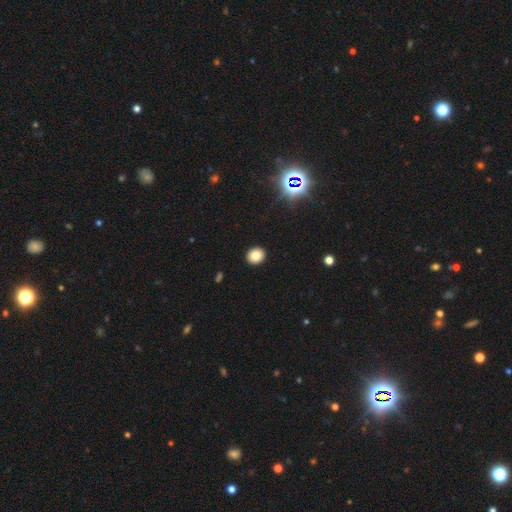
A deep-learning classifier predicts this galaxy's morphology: Smooth or featured?
  - smooth: 82% *
  - star or artifact: 12%
  - featured or disk: 7%
How rounded?
  - round: 76% *
  - in between: 23%
  - cigar-shaped: 1%
Merging?
  - none: 92% *
  - minor disturbance: 5%
  - major disturbance: 2%
  - merger: 1%